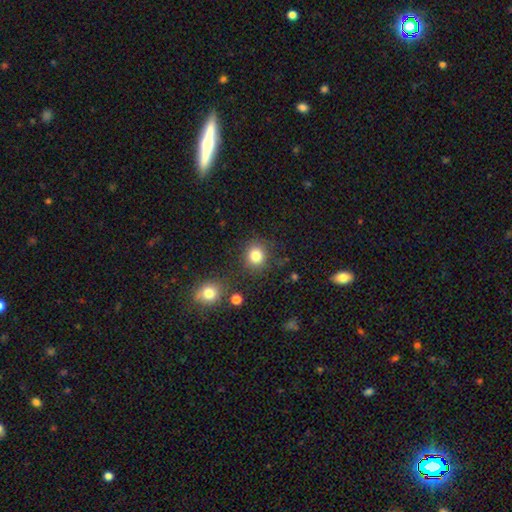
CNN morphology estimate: This appears to be a smooth galaxy with no disk features (83%) that is round (85%). Merging: none (82%).